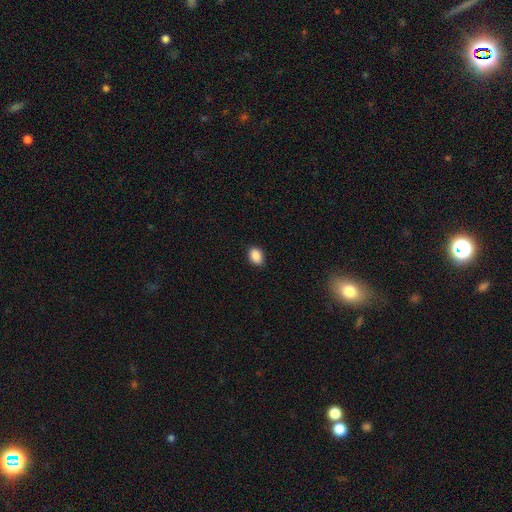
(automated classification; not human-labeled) This appears to be a smooth galaxy with no disk features (89%) that is in between round and cigar-shaped (76%). Merging: none (86%).